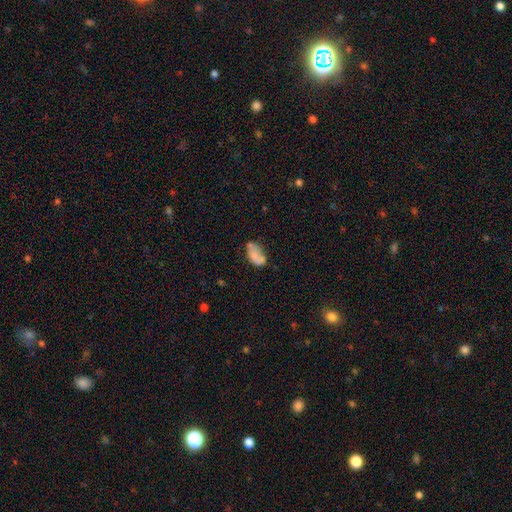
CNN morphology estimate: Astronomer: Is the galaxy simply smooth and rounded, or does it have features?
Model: smooth — 67%.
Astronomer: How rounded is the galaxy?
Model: in between — 92%.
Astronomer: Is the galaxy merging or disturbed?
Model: none — 46% (runner-up: minor disturbance, 29%).